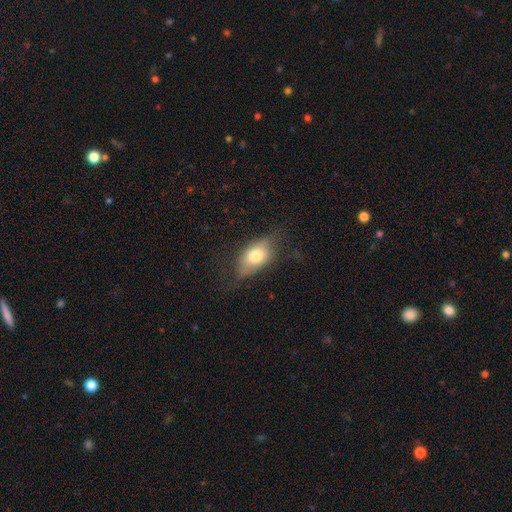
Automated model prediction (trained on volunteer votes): Q: Smooth or featured?
A: smooth (65%); runner-up: featured or disk (28%)
Q: How rounded?
A: in between (86%); runner-up: round (9%)
Q: Merging?
A: none (60%); runner-up: minor disturbance (26%)